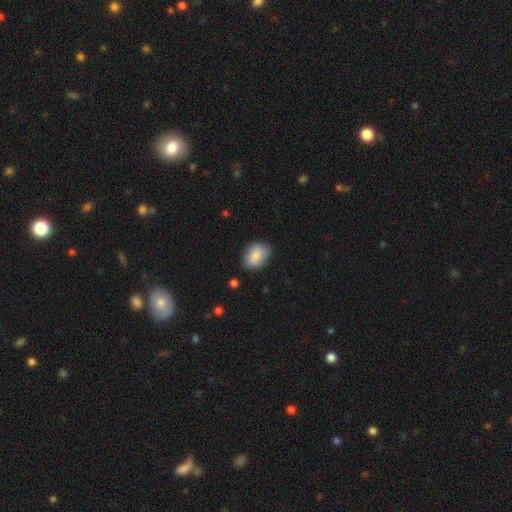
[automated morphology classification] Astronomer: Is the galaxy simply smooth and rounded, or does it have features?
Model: smooth — 84%.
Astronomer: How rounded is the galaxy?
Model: in between — 76%.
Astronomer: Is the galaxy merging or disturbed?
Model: none — 79%.